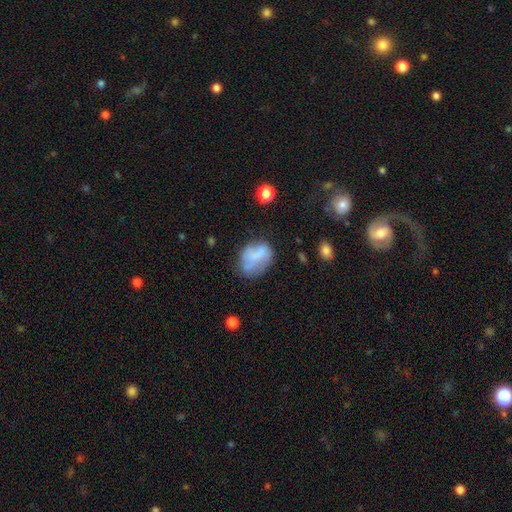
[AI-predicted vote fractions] smooth_or_featured: smooth (p=0.63) [alt: featured or disk p=0.28]
how_rounded: in between (p=0.66) [alt: round p=0.32]
merging: none (p=0.44) [alt: minor disturbance p=0.29]